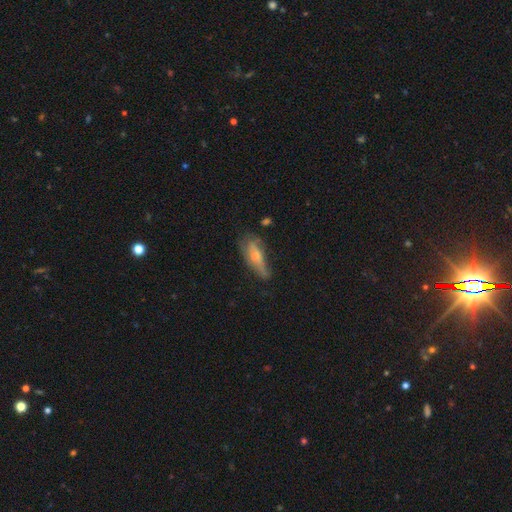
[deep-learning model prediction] Morphology: type=smooth (60%); roundness=in between (59%); merging=none (40%).